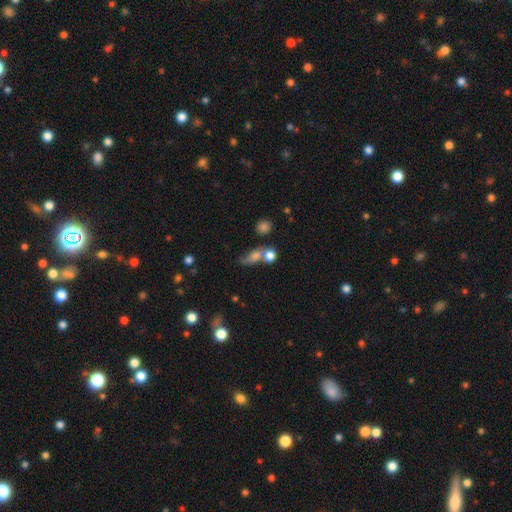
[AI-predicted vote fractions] Smooth or featured: smooth — 62% (featured or disk — 23%)
How rounded: in between — 56% (round — 34%)
Merging: merger — 44% (none — 31%)